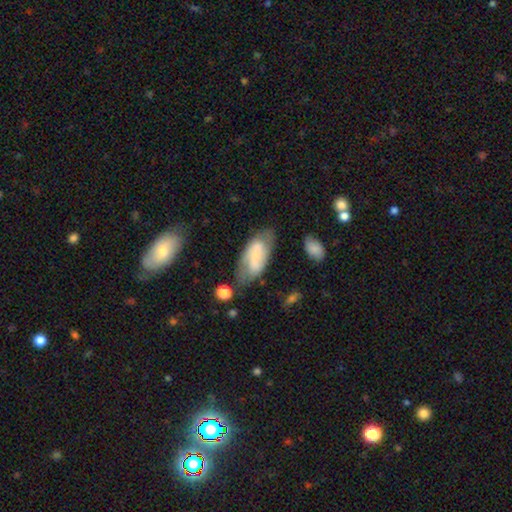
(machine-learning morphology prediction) Smooth or featured?
  - featured or disk: 48% *
  - smooth: 45%
  - star or artifact: 7%
Merging?
  - none: 63% *
  - minor disturbance: 23%
  - major disturbance: 9%
  - merger: 5%